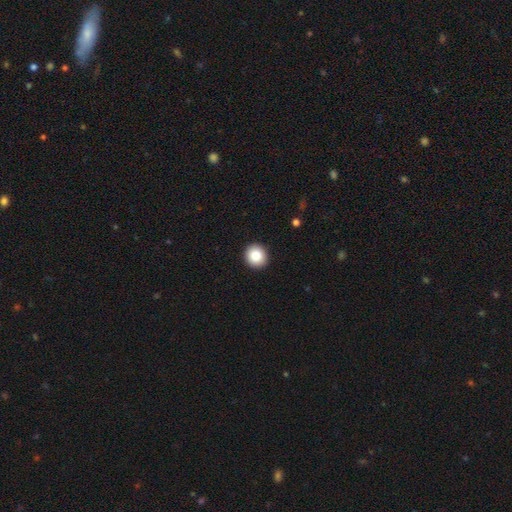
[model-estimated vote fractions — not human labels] smooth-or-featured: smooth: 87% | star or artifact: 8% | featured or disk: 5%
  how-rounded: round: 90% | in between: 9% | cigar-shaped: 1%
  merging: none: 93% | minor disturbance: 5% | major disturbance: 1% | merger: 1%